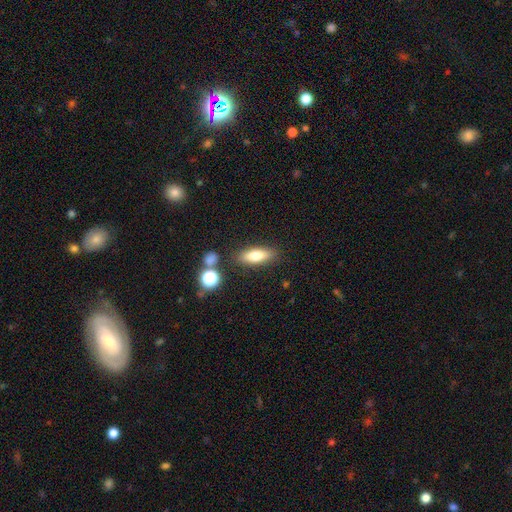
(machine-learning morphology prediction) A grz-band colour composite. It shows a smooth galaxy with no disk features (74%) that is in between round and cigar-shaped (61%). Merging: none (81%).